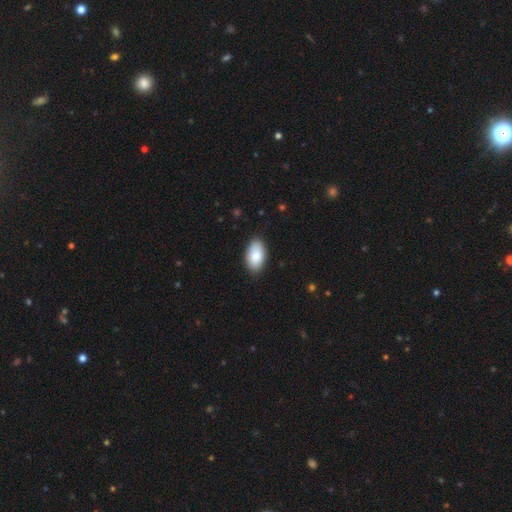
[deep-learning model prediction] smooth_or_featured: smooth (p=0.85) [alt: featured or disk p=0.09]
how_rounded: in between (p=0.95) [alt: round p=0.04]
merging: none (p=0.86) [alt: minor disturbance p=0.11]